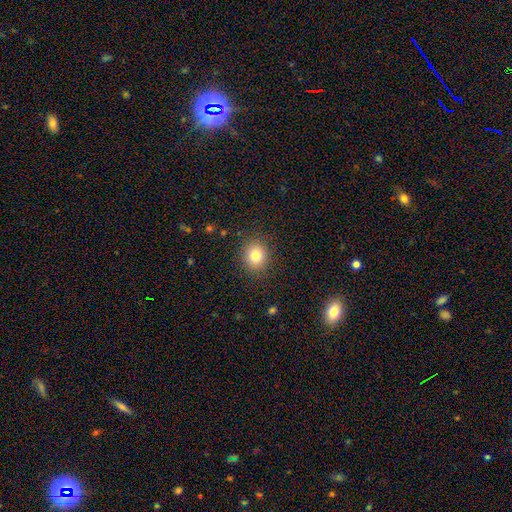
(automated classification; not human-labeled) smooth_or_featured: smooth (p=0.80) [alt: star or artifact p=0.12]
how_rounded: round (p=0.77) [alt: in between p=0.22]
merging: none (p=0.88) [alt: minor disturbance p=0.08]